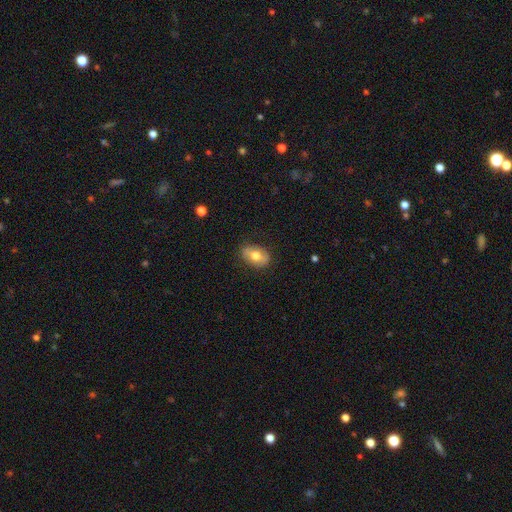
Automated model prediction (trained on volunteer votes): A smooth galaxy with no disk features (68%) that is in between round and cigar-shaped (85%).

Vote fractions:
- Smooth or featured? smooth: 68% / featured or disk: 25% / star or artifact: 7%
- How rounded? in between: 85% / round: 14% / cigar-shaped: 2%
- Merging? none: 82% / minor disturbance: 14% / major disturbance: 3% / merger: 1%